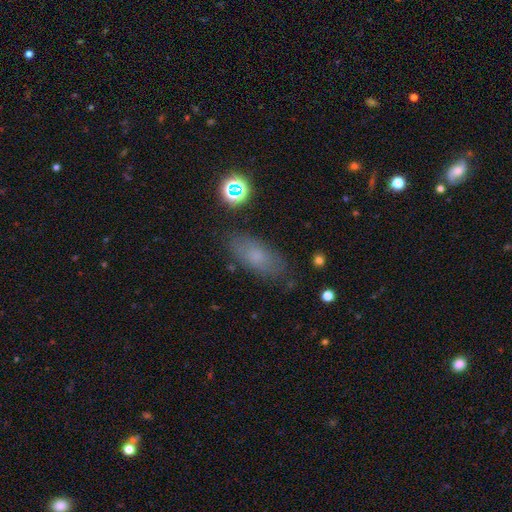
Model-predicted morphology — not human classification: Smooth or featured? Predicted: smooth (p=0.69). How rounded? Predicted: in between (p=0.82). Merging? Predicted: none (p=0.78).